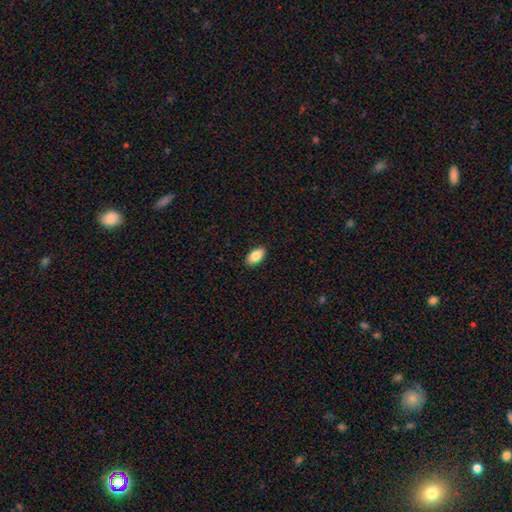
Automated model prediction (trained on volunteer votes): Morphology: type=smooth (86%); roundness=in between (94%); merging=none (89%).